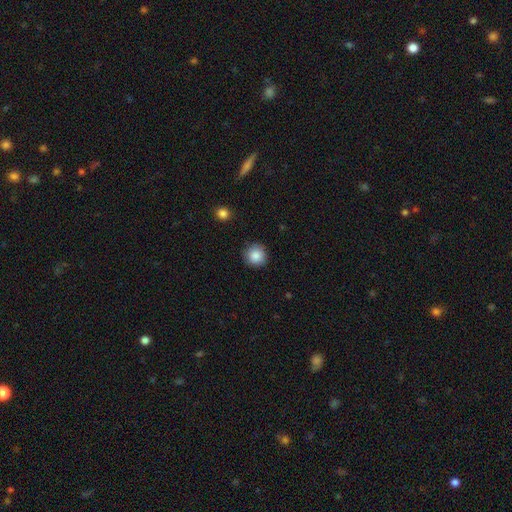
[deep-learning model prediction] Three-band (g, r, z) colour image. It shows a smooth galaxy with no disk features (87%) that is round (93%). Merging: none (89%).